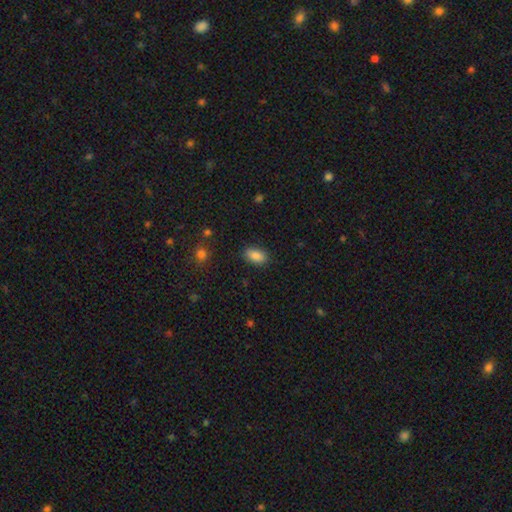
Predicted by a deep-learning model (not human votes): The model was most divided on "merging": none: 85%, minor disturbance: 11%, major disturbance: 3%, merger: 1%. More confident: how rounded — in between (90%); smooth or featured — smooth (86%).